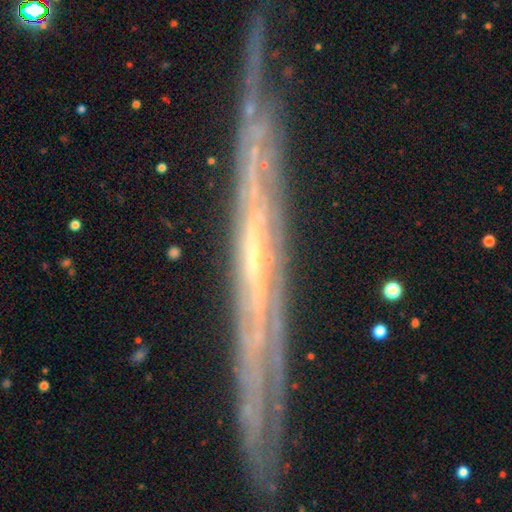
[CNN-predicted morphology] smooth-or-featured: featured or disk: 80% | smooth: 11% | star or artifact: 9%
  disk-edge-on: yes: 84% | no: 16%
    edge-on-bulge: none: 76% | rounded: 20% | boxy: 4%
  merging: none: 80% | minor disturbance: 15% | major disturbance: 3% | merger: 2%